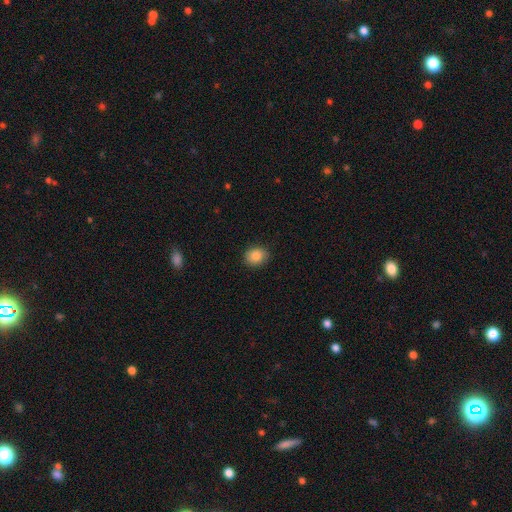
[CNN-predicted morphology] A smooth galaxy with no disk features (87%) that is round (61%).

Vote fractions:
- Smooth or featured? smooth: 87% / star or artifact: 9% / featured or disk: 5%
- How rounded? round: 61% / in between: 38% / cigar-shaped: 1%
- Merging? none: 87% / minor disturbance: 10% / major disturbance: 2% / merger: 1%